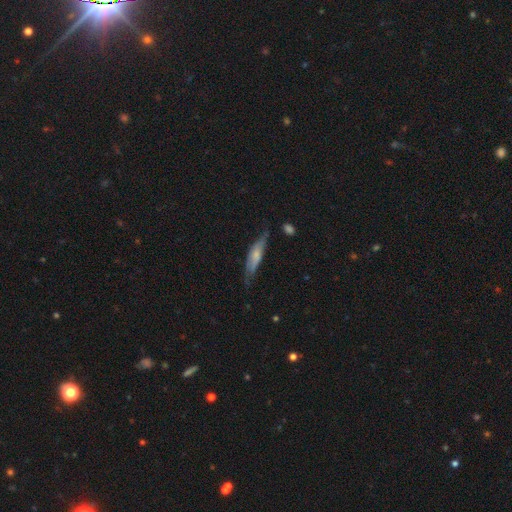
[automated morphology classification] A smooth galaxy with no disk features (55%) that is cigar-shaped (69%). Merging: none (59%).